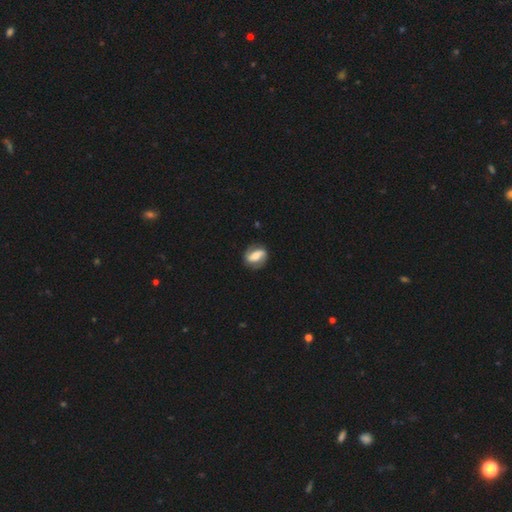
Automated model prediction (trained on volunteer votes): A featured or disk galaxy (66%) with a strong bar (43%), 2 (89%) medium (38%) spiral arms (87%) and a moderate central bulge (49%). Merging: none (80%).